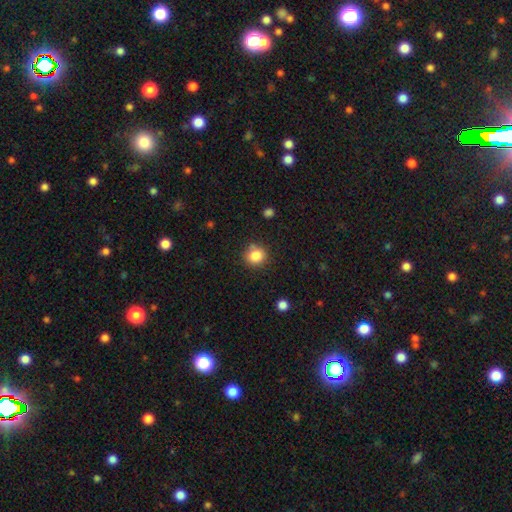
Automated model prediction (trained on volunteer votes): A smooth galaxy with no disk features (84%) that is round (87%).

Vote fractions:
- Smooth or featured? smooth: 84% / star or artifact: 11% / featured or disk: 6%
- How rounded? round: 87% / in between: 12% / cigar-shaped: 1%
- Merging? none: 80% / minor disturbance: 11% / merger: 5% / major disturbance: 3%